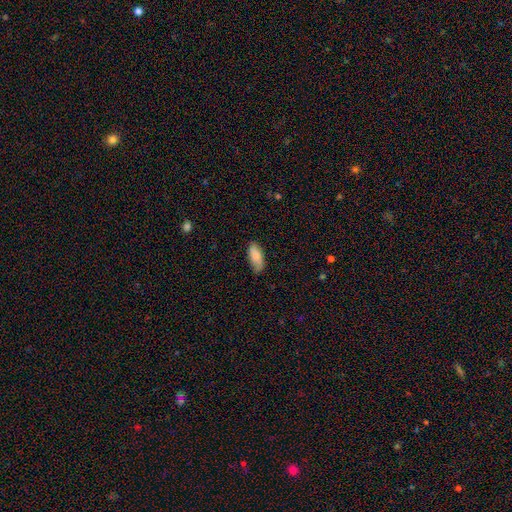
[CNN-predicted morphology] type=smooth (83%); roundness=in between (80%); merging=none (75%).